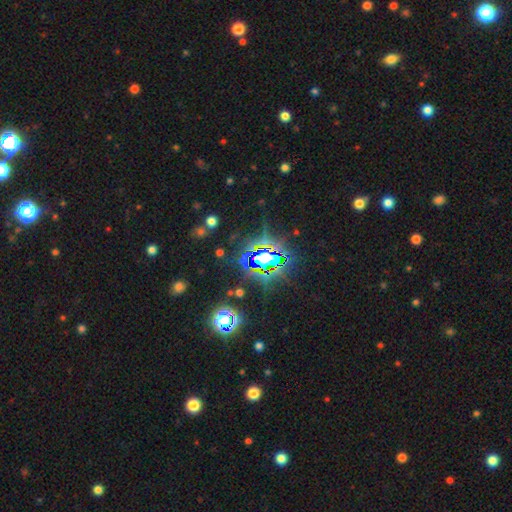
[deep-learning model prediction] A star or artifact, not a galaxy (80%).